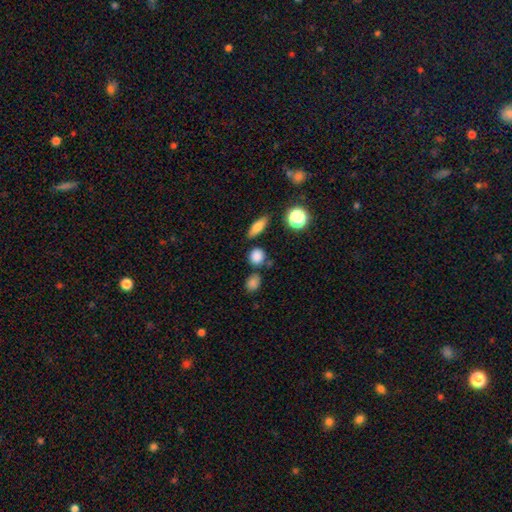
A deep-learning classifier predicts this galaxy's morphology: Smooth or featured? Predicted: smooth (p=0.82). How rounded? Predicted: round (p=0.72). Merging? Predicted: none (p=0.78).